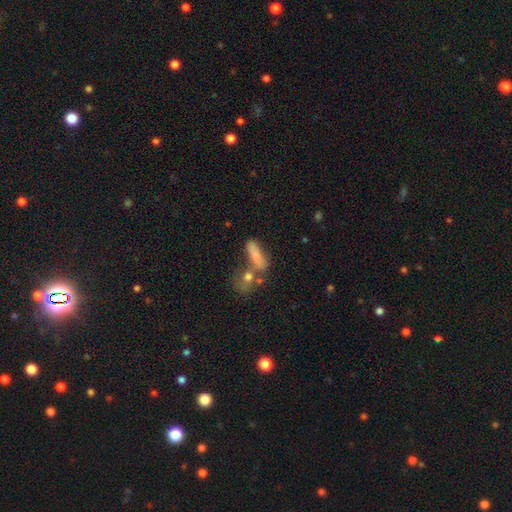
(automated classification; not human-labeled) A smooth galaxy with no disk features (73%) that is cigar-shaped (48%).

Vote fractions:
- Smooth or featured? smooth: 73% / featured or disk: 17% / star or artifact: 10%
- How rounded? cigar-shaped: 48% / in between: 45% / round: 7%
- Merging? none: 40% / merger: 35% / minor disturbance: 15% / major disturbance: 10%